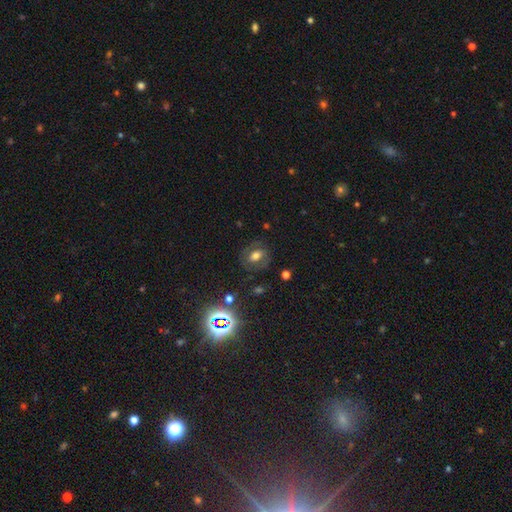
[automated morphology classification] smooth 45%, featured or disk 37%, star or artifact 18%. Down the decision tree: merging — none (76%).